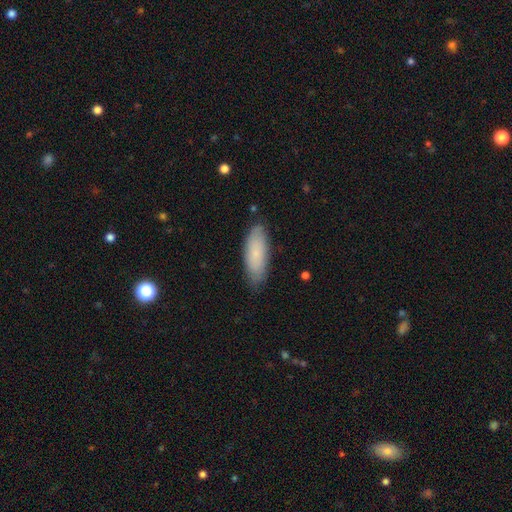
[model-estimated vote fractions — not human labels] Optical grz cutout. It shows a smooth galaxy with no disk features (76%) that is in between round and cigar-shaped (70%). Merging: none (79%).